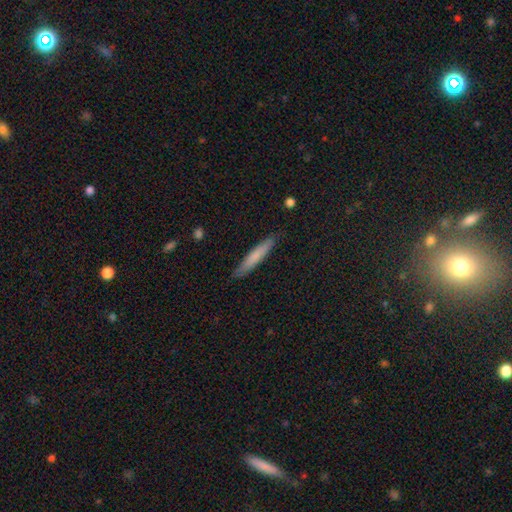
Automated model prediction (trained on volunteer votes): This appears to be a smooth galaxy with no disk features (74%) that is cigar-shaped (93%). Merging: none (87%).